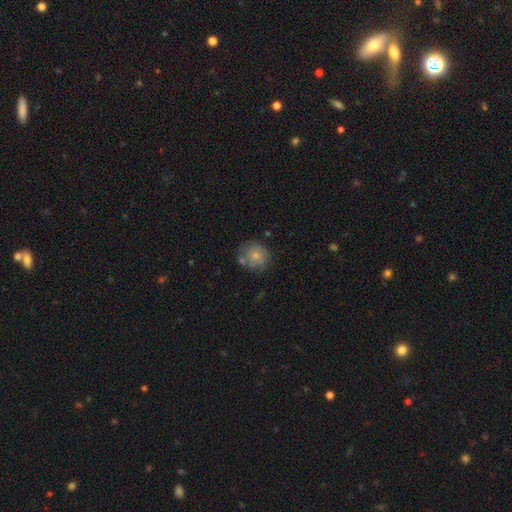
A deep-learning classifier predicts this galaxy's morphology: smooth-or-featured: smooth: 60% | featured or disk: 32% | star or artifact: 8%
  how-rounded: round: 85% | in between: 14% | cigar-shaped: 1%
  merging: none: 60% | minor disturbance: 22% | merger: 10% | major disturbance: 8%